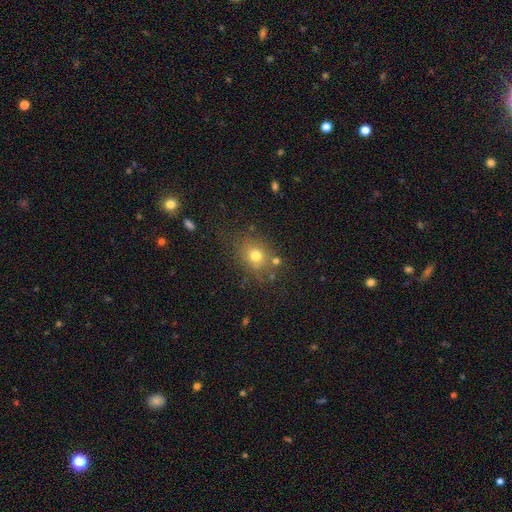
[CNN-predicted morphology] Smooth or featured? Predicted: smooth (p=0.72). How rounded? Predicted: round (p=0.63). Merging? Predicted: none (p=0.70).